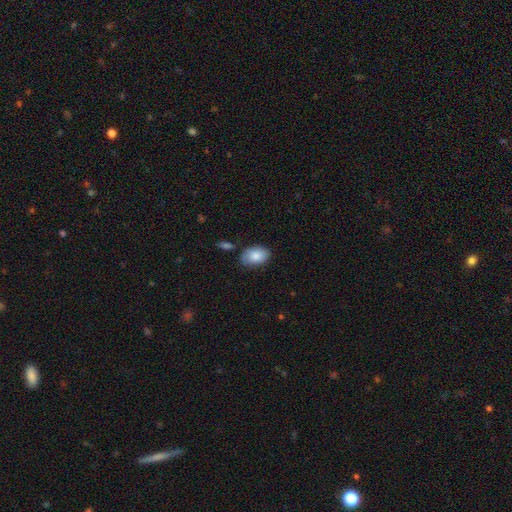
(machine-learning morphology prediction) This appears to be a smooth galaxy with no disk features (85%) that is in between round and cigar-shaped (89%). Merging: none (77%).